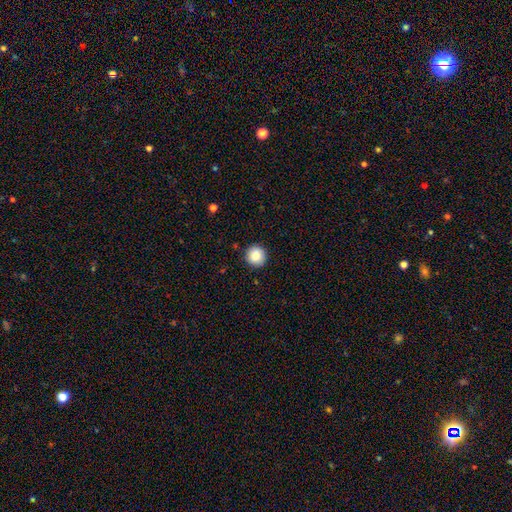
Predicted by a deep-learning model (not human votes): smooth-or-featured: smooth: 87% | star or artifact: 8% | featured or disk: 4%
  how-rounded: round: 95% | in between: 4% | cigar-shaped: 1%
  merging: none: 92% | minor disturbance: 6% | major disturbance: 2% | merger: 1%